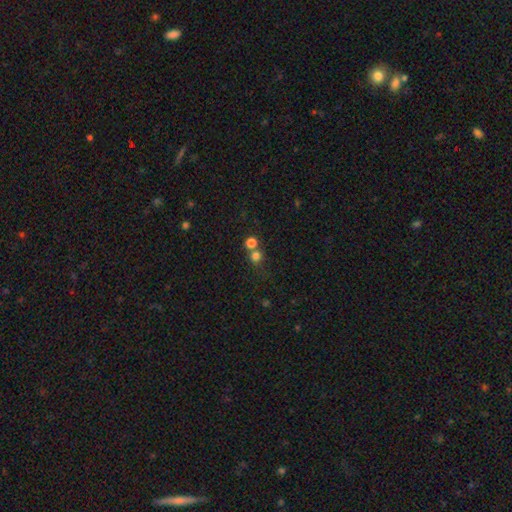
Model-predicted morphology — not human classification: Smooth or featured? smooth (76%)
How rounded? round (86%)
Merging? none (52%)